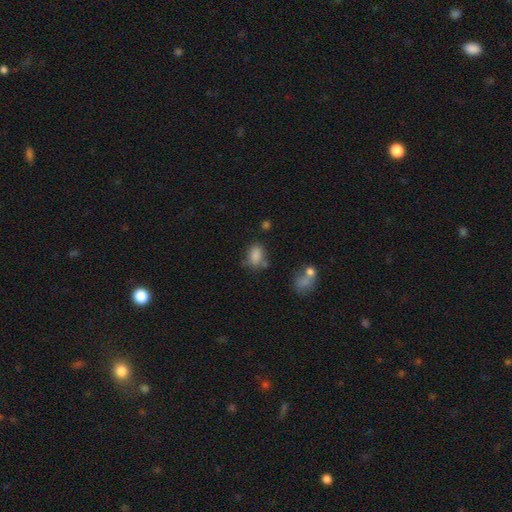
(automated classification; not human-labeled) A smooth galaxy with no disk features (82%) that is in between round and cigar-shaped (81%).

Vote fractions:
- Smooth or featured? smooth: 82% / star or artifact: 11% / featured or disk: 8%
- How rounded? in between: 81% / round: 17% / cigar-shaped: 2%
- Merging? none: 55% / minor disturbance: 25% / merger: 10% / major disturbance: 10%